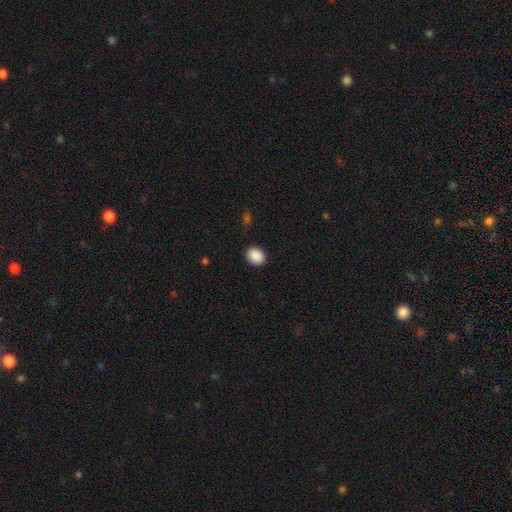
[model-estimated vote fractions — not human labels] Smooth or featured? Predicted: smooth (p=0.90). How rounded? Predicted: in between (p=0.58). Merging? Predicted: none (p=0.89).